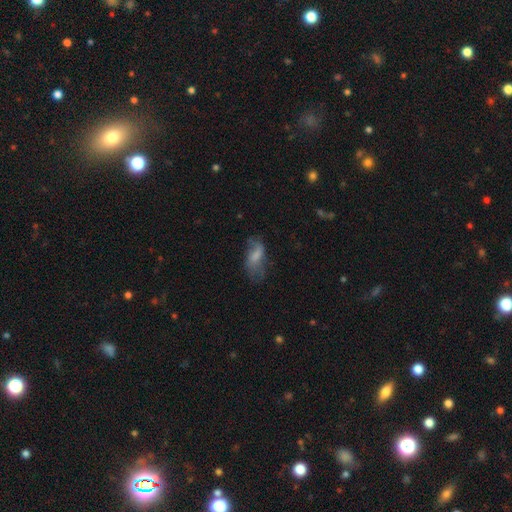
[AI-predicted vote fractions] smooth_or_featured: smooth (p=0.55) [alt: featured or disk p=0.35]
how_rounded: in between (p=0.85) [alt: cigar-shaped p=0.11]
merging: none (p=0.37) [alt: minor disturbance p=0.30]